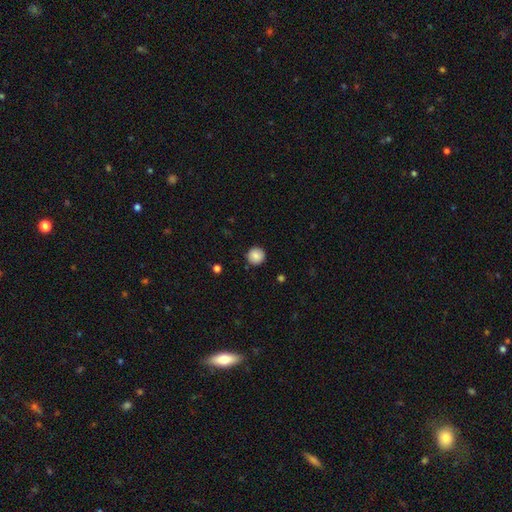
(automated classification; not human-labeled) Smooth or featured? Predicted: smooth (p=0.86). How rounded? Predicted: round (p=0.95). Merging? Predicted: none (p=0.90).